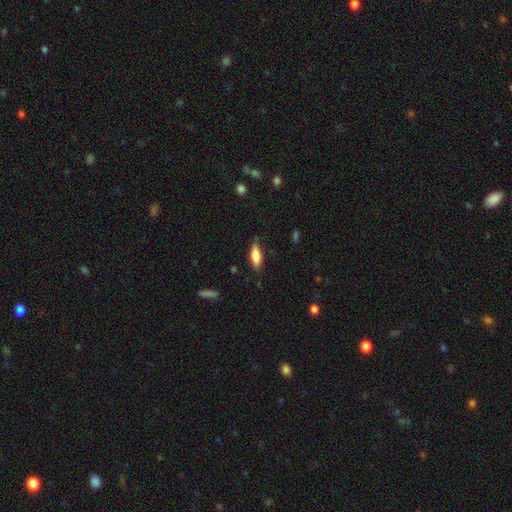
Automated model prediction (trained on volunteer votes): A smooth galaxy with no disk features (75%) that is in between round and cigar-shaped (59%).

Vote fractions:
- Smooth or featured? smooth: 75% / featured or disk: 19% / star or artifact: 6%
- How rounded? in between: 59% / cigar-shaped: 39% / round: 2%
- Merging? none: 73% / minor disturbance: 21% / major disturbance: 4% / merger: 2%